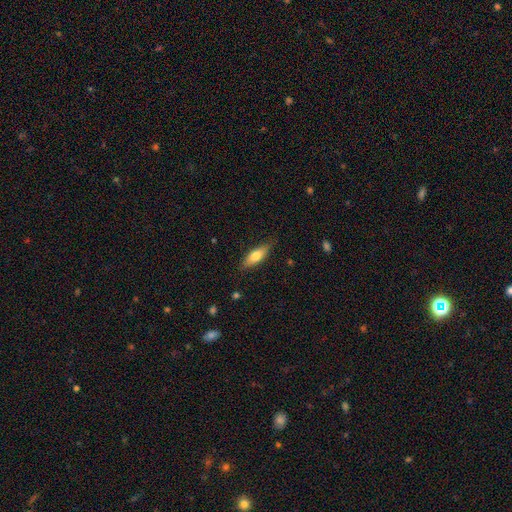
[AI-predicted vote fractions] smooth-or-featured: smooth: 69% | featured or disk: 25% | star or artifact: 6%
  how-rounded: in between: 57% | cigar-shaped: 41% | round: 2%
  merging: none: 84% | minor disturbance: 13% | major disturbance: 2% | merger: 1%